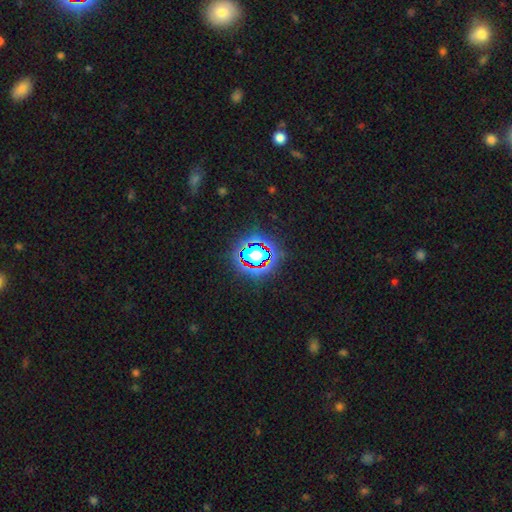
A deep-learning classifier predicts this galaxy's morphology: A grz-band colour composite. It shows a star or artifact, not a galaxy (65%).